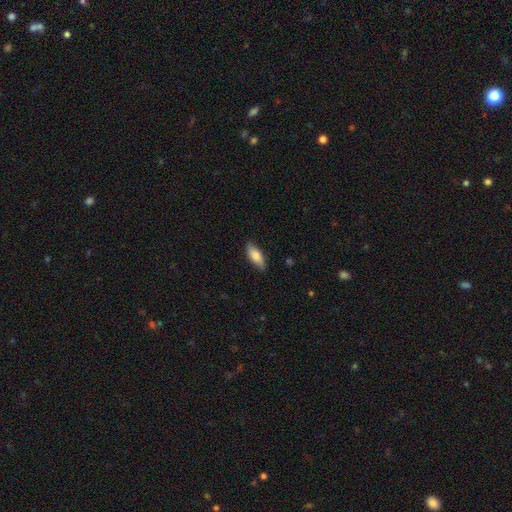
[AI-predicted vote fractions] This is clearly a smooth galaxy (81%). How rounded: likely in between (74%). Merging: clearly none (84%).